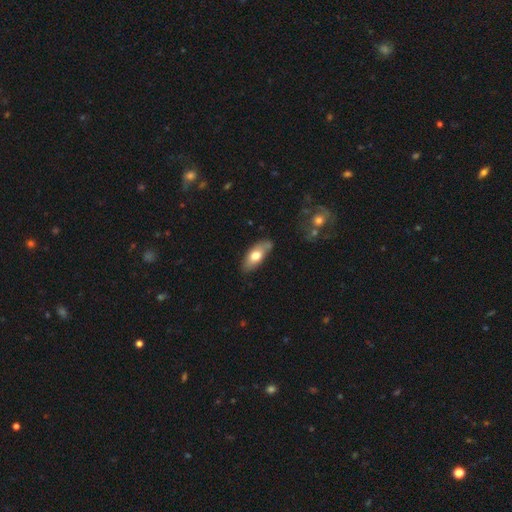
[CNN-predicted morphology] smooth-or-featured: smooth: 67% | featured or disk: 27% | star or artifact: 6%
  how-rounded: in between: 82% | cigar-shaped: 15% | round: 3%
  merging: none: 72% | minor disturbance: 21% | major disturbance: 4% | merger: 4%